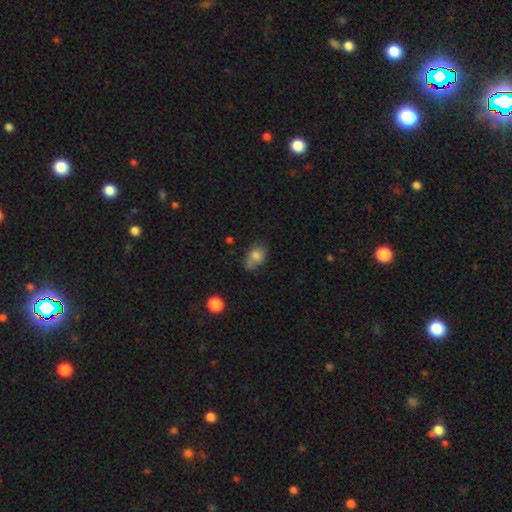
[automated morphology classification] This is likely a smooth galaxy (75%). How rounded: likely in between (73%). Merging: possibly none (46%).